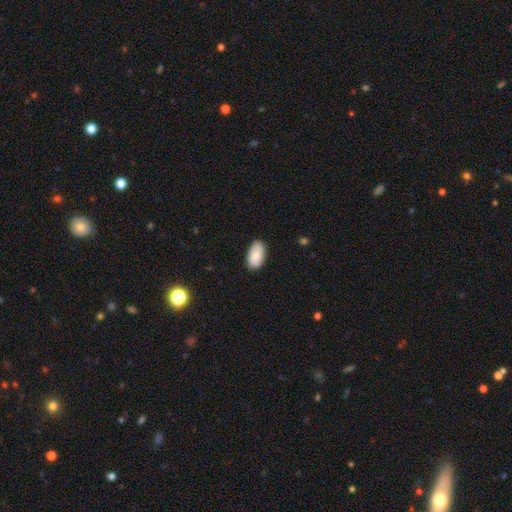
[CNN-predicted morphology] Smooth or featured?
  - smooth: 85% *
  - featured or disk: 8%
  - star or artifact: 7%
How rounded?
  - in between: 95% *
  - round: 3%
  - cigar-shaped: 2%
Merging?
  - none: 84% *
  - minor disturbance: 13%
  - major disturbance: 2%
  - merger: 1%